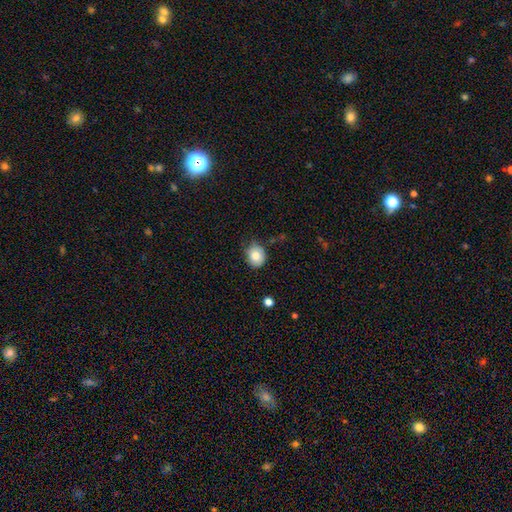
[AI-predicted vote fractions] smooth_or_featured: smooth (p=0.82) [alt: star or artifact p=0.09]
how_rounded: round (p=0.71) [alt: in between p=0.28]
merging: none (p=0.68) [alt: minor disturbance p=0.25]